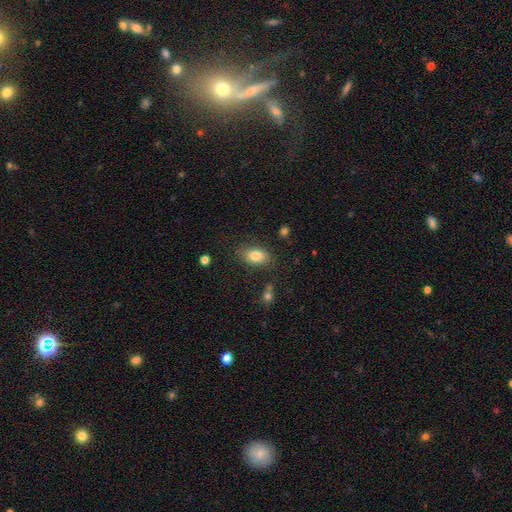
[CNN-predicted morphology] The model was most divided on "merging": none: 82%, minor disturbance: 12%, major disturbance: 4%, merger: 2%. More confident: how rounded — in between (88%); smooth or featured — smooth (82%).